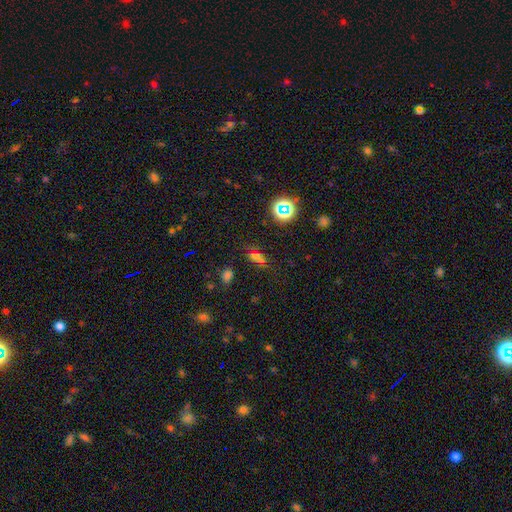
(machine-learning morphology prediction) A smooth galaxy with no disk features (48%). Merging: none (62%).